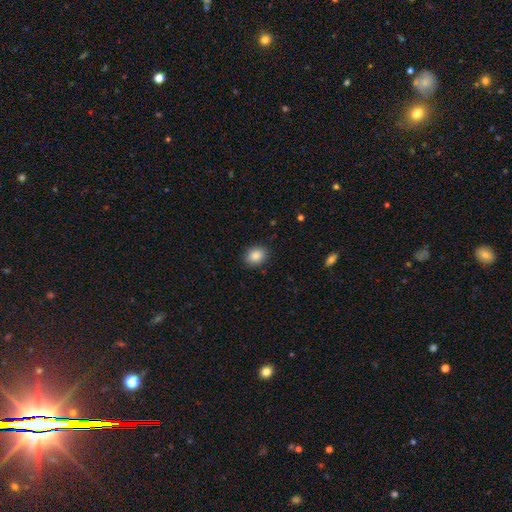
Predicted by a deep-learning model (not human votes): smooth-or-featured: smooth: 87% | star or artifact: 8% | featured or disk: 4%
  how-rounded: in between: 53% | round: 46% | cigar-shaped: 1%
  merging: none: 88% | minor disturbance: 8% | major disturbance: 2% | merger: 1%